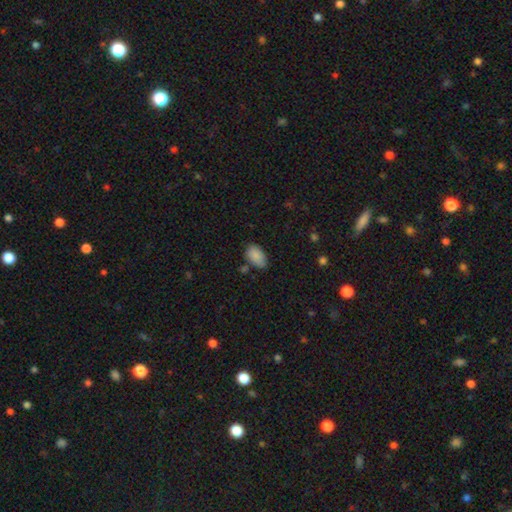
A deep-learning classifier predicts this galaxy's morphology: This appears to be a smooth galaxy with no disk features (87%) that is in between round and cigar-shaped (92%). Merging: none (67%).